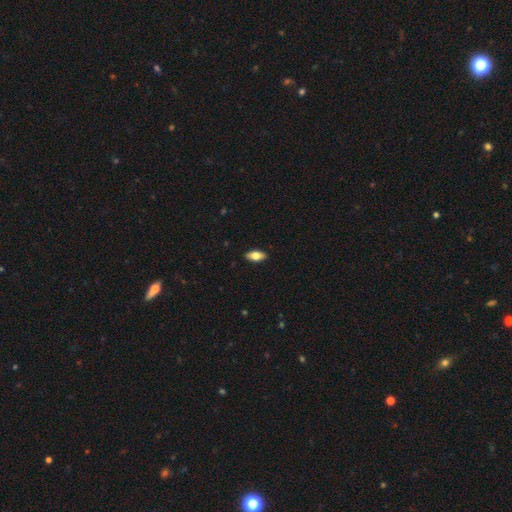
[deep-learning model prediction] The model was most divided on "smooth or featured": smooth: 71%, featured or disk: 22%, star or artifact: 7%. More confident: merging — none (89%); how rounded — in between (86%).